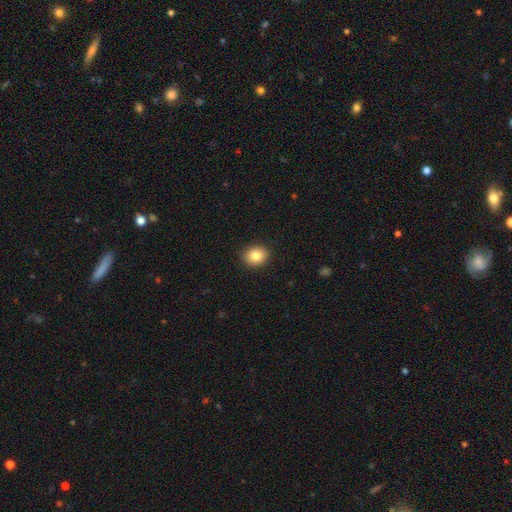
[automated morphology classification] Smooth or featured?
  - smooth: 84% *
  - star or artifact: 9%
  - featured or disk: 7%
How rounded?
  - round: 70% *
  - in between: 29%
  - cigar-shaped: 1%
Merging?
  - none: 91% *
  - minor disturbance: 6%
  - major disturbance: 2%
  - merger: 1%